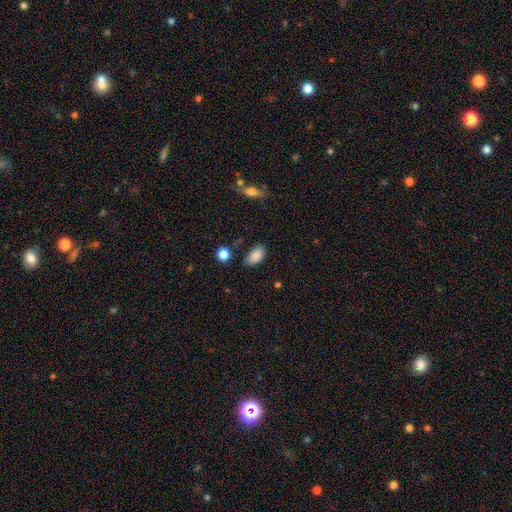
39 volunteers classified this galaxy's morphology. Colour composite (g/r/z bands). It shows a smooth galaxy with no disk features (92%) that is in between round and cigar-shaped (97%). Merging: none (54%).